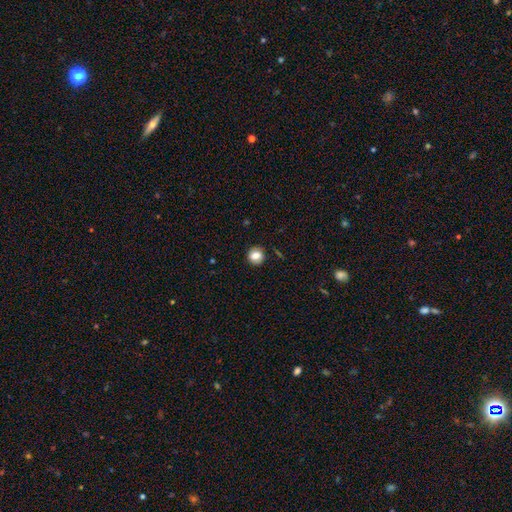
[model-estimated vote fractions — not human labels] Overall: smooth (78%). How rounded: round (85%). Merging: none (87%).